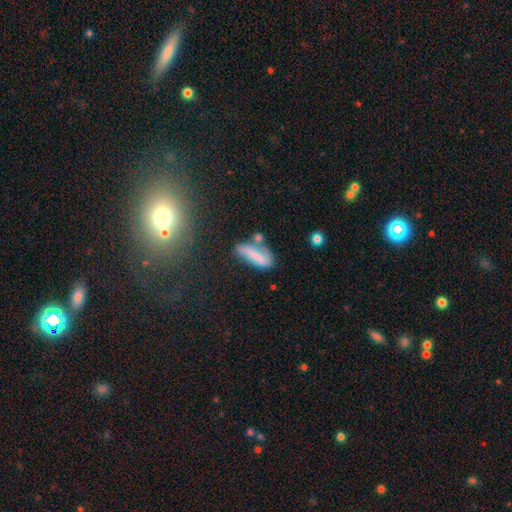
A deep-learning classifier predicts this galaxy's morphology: A smooth galaxy with no disk features (65%) that is in between round and cigar-shaped (50%).

Vote fractions:
- Smooth or featured? smooth: 65% / featured or disk: 25% / star or artifact: 10%
- How rounded? in between: 50% / cigar-shaped: 47% / round: 3%
- Merging? none: 38% / minor disturbance: 27% / merger: 19% / major disturbance: 16%